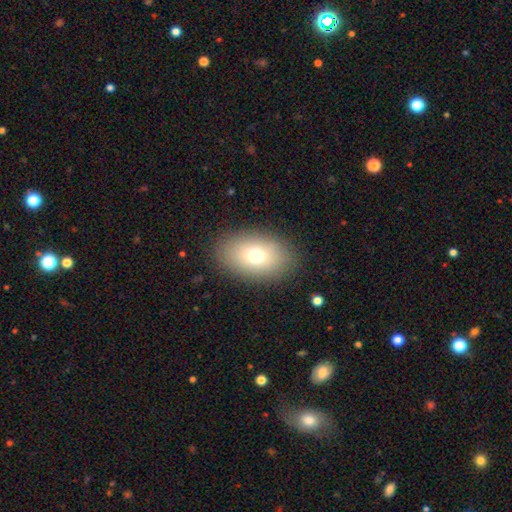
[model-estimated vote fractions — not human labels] smooth_or_featured: smooth (p=0.72) [alt: featured or disk p=0.16]
how_rounded: in between (p=0.82) [alt: round p=0.16]
merging: none (p=0.86) [alt: minor disturbance p=0.09]